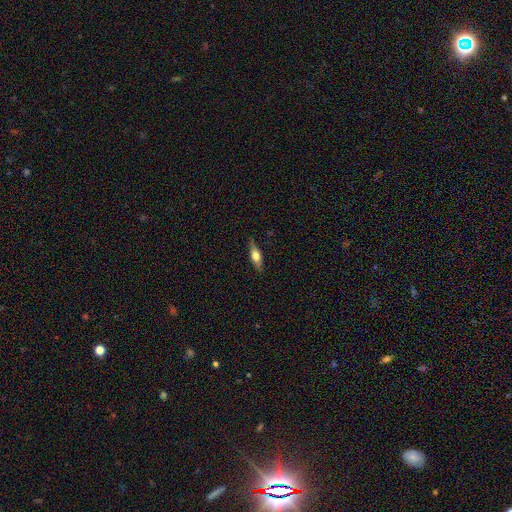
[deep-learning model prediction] Morphology: type=featured or disk (49%); merging=none (83%).